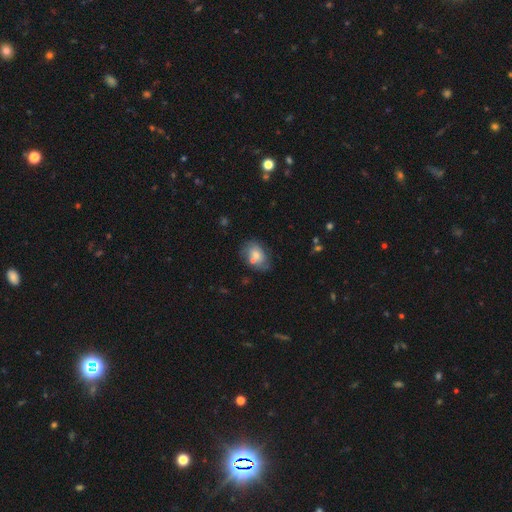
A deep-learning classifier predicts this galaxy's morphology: Smooth or featured?
  - smooth: 70% *
  - featured or disk: 22%
  - star or artifact: 9%
How rounded?
  - in between: 78% *
  - round: 21%
  - cigar-shaped: 1%
Merging?
  - none: 52% *
  - minor disturbance: 22%
  - merger: 20%
  - major disturbance: 7%